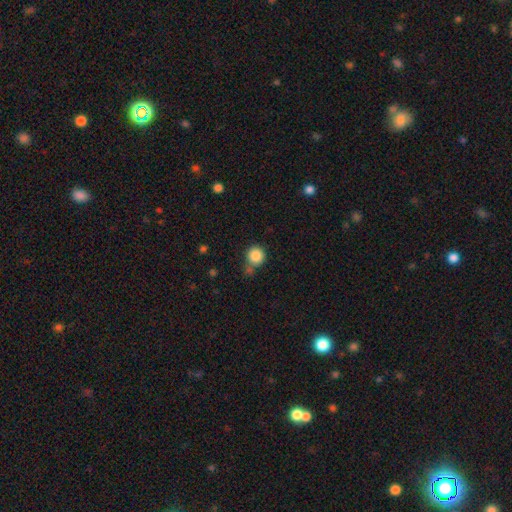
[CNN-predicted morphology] The model was most divided on "merging": none: 66%, minor disturbance: 15%, merger: 14%, major disturbance: 5%. More confident: how rounded — round (93%); smooth or featured — smooth (86%).